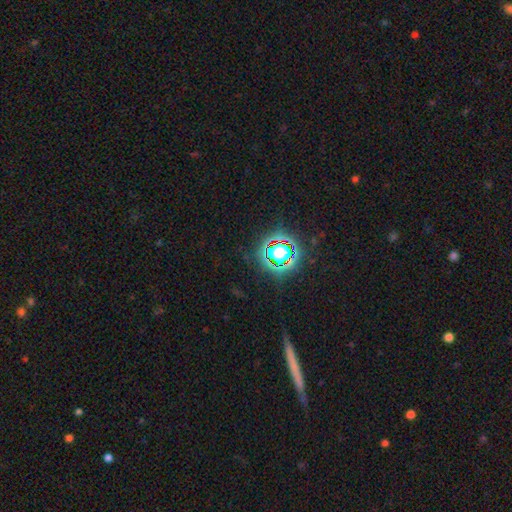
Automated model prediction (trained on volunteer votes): Overall: star or artifact (74%).